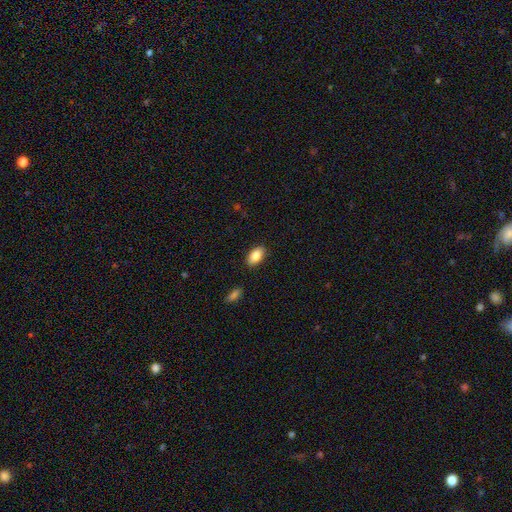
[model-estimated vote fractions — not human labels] The model was most divided on "smooth or featured": smooth: 85%, featured or disk: 8%, star or artifact: 7%. More confident: how rounded — in between (93%); merging — none (88%).